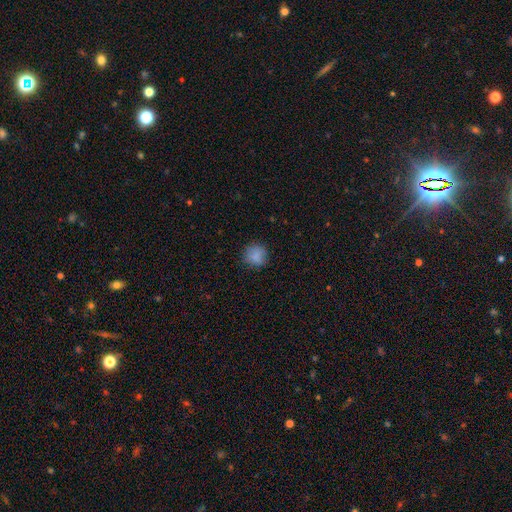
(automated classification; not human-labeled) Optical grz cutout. It shows a smooth galaxy with no disk features (86%) that is round (88%). Merging: none (84%).